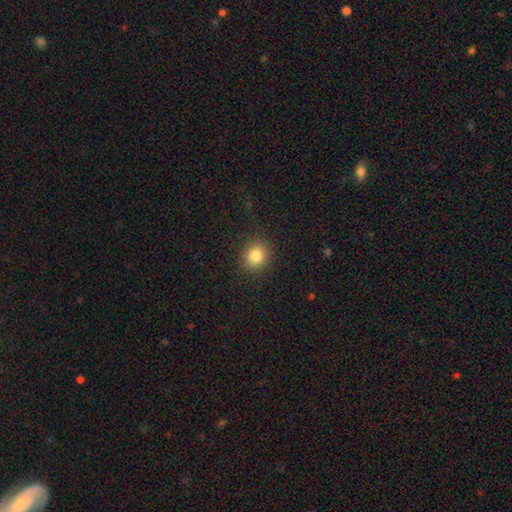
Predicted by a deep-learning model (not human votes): A smooth galaxy with no disk features (83%) that is round (80%).

Vote fractions:
- Smooth or featured? smooth: 83% / star or artifact: 11% / featured or disk: 6%
- How rounded? round: 80% / in between: 19% / cigar-shaped: 1%
- Merging? none: 89% / minor disturbance: 7% / major disturbance: 3% / merger: 1%